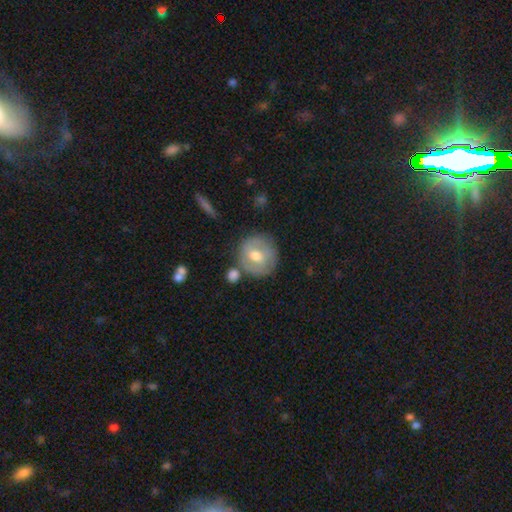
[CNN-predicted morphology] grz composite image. It shows a smooth galaxy with no disk features (55%) that is round (89%). Merging: none (73%).